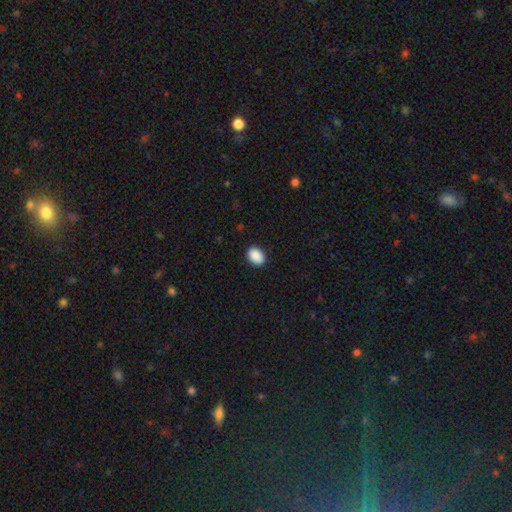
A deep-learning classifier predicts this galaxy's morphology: Smooth or featured? smooth (90%)
How rounded? in between (79%)
Merging? none (89%)